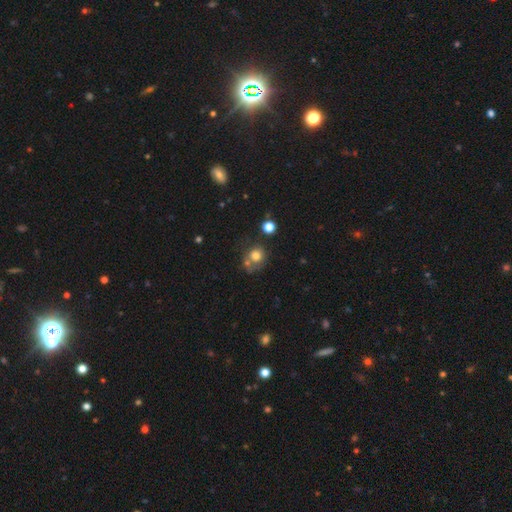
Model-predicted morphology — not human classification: smooth_or_featured: smooth (p=0.75) [alt: star or artifact p=0.13]
how_rounded: round (p=0.81) [alt: in between p=0.18]
merging: none (p=0.51) [alt: merger p=0.22]